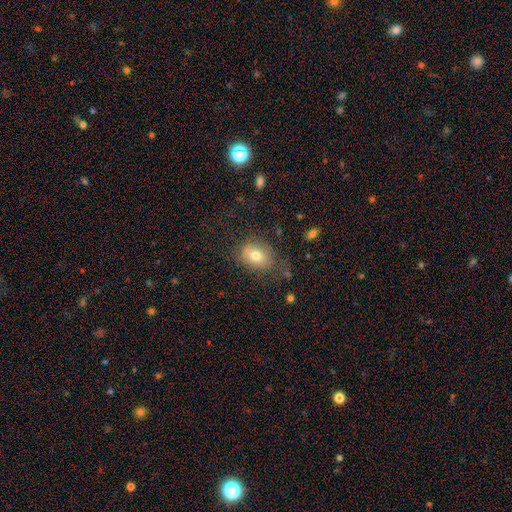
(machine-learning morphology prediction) smooth_or_featured: smooth (p=0.74) [alt: featured or disk p=0.16]
how_rounded: in between (p=0.73) [alt: round p=0.26]
merging: none (p=0.71) [alt: minor disturbance p=0.20]